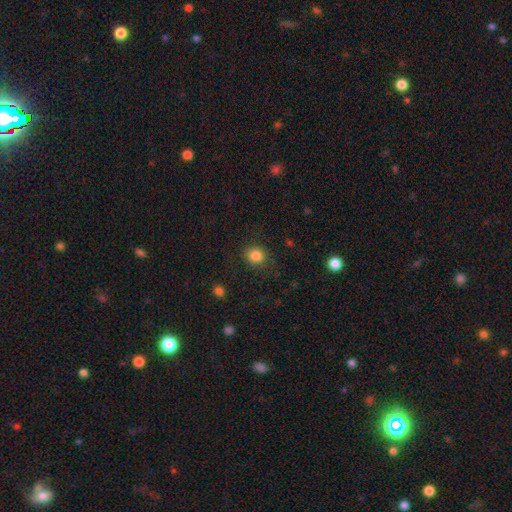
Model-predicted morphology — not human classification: smooth-or-featured: smooth: 84% | star or artifact: 11% | featured or disk: 5%
  how-rounded: round: 80% | in between: 19% | cigar-shaped: 1%
  merging: none: 86% | minor disturbance: 9% | major disturbance: 3% | merger: 1%